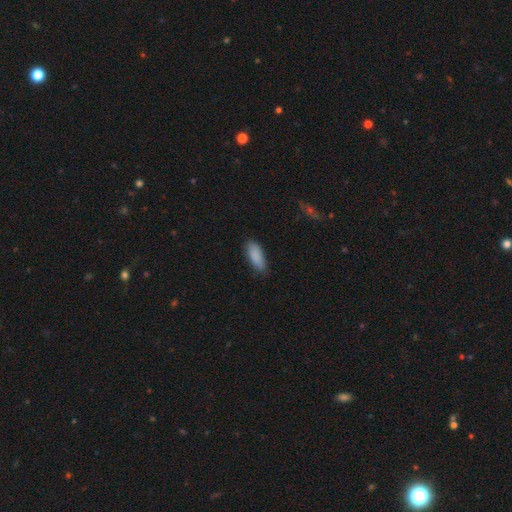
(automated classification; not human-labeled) smooth_or_featured: smooth (p=0.89) [alt: star or artifact p=0.06]
how_rounded: in between (p=0.74) [alt: cigar-shaped p=0.24]
merging: none (p=0.82) [alt: minor disturbance p=0.14]